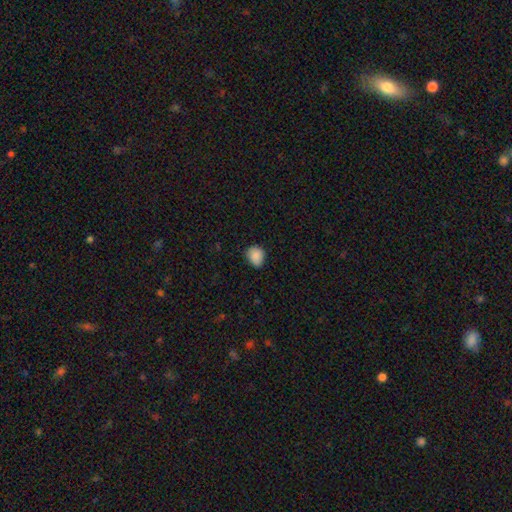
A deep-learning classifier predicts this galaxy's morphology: smooth 86%, star or artifact 8%, featured or disk 6%. Down the decision tree: how rounded — round (60%); merging — none (67%).